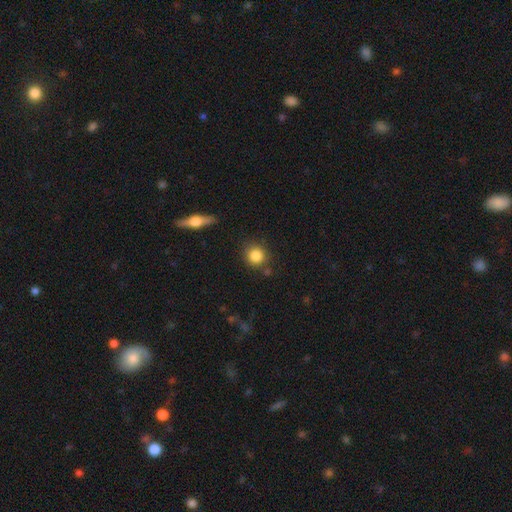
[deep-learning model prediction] Overall: smooth (85%). How rounded: round (88%). Merging: none (81%).